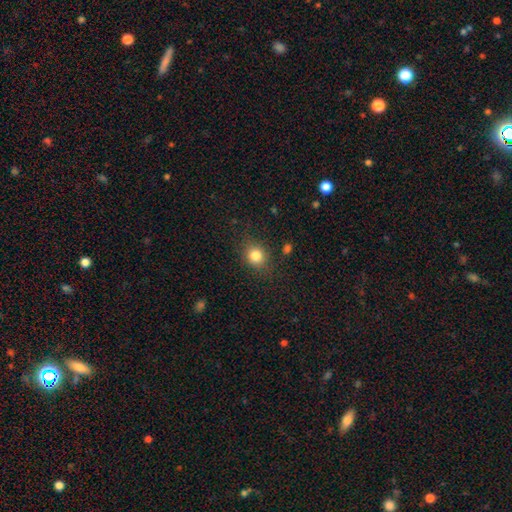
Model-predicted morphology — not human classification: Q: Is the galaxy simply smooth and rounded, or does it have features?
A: smooth — 82%.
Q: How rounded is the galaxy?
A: round — 71%.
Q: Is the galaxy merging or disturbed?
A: none — 82%.